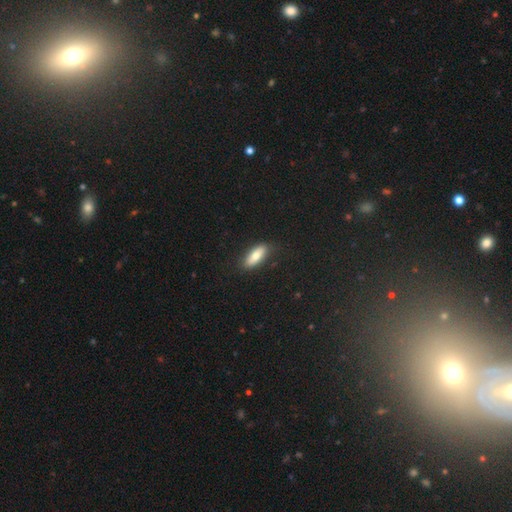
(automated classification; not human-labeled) This is likely a smooth galaxy (73%). How rounded: likely in between (69%). Merging: clearly none (84%).